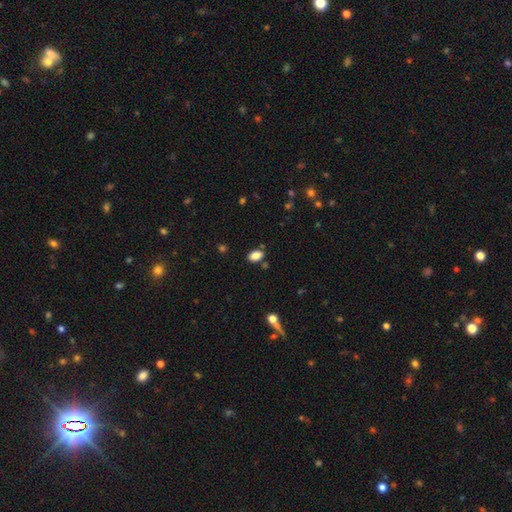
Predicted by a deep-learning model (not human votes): Q: Smooth or featured?
A: smooth (84%); runner-up: star or artifact (10%)
Q: How rounded?
A: in between (89%); runner-up: round (9%)
Q: Merging?
A: none (82%); runner-up: minor disturbance (11%)